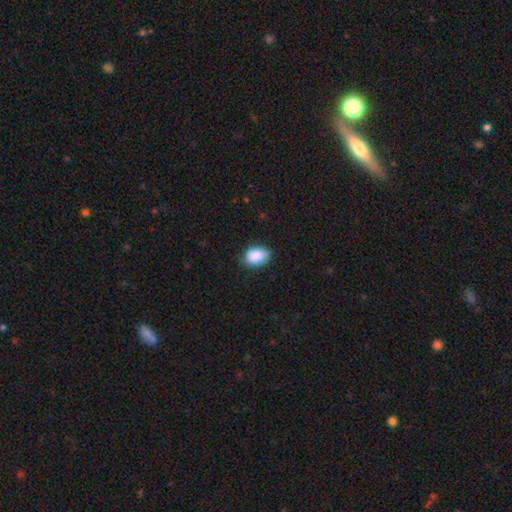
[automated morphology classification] The model was most divided on "merging": none: 79%, minor disturbance: 17%, major disturbance: 3%, merger: 1%. More confident: smooth or featured — smooth (89%); how rounded — in between (82%).